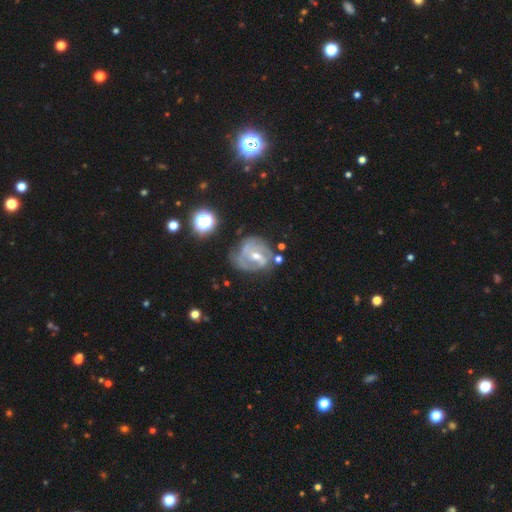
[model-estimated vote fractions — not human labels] This appears to be a featured or disk galaxy (81%) with a weak bar (51%), 2 (51%) medium (45%) spiral arms (90%) and a moderate central bulge (54%). Merging: none (52%).